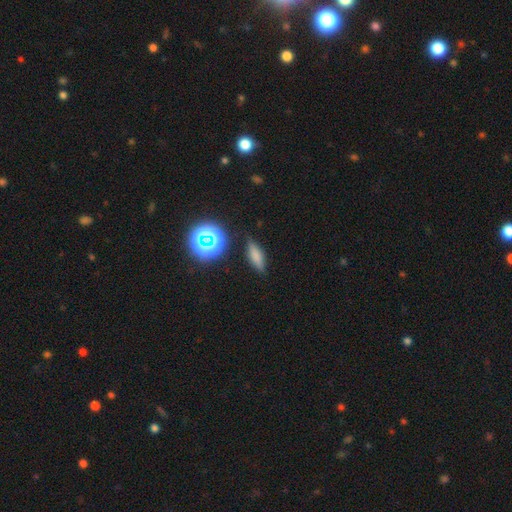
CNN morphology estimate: Smooth or featured? smooth (68%)
How rounded? in between (49%)
Merging? none (81%)